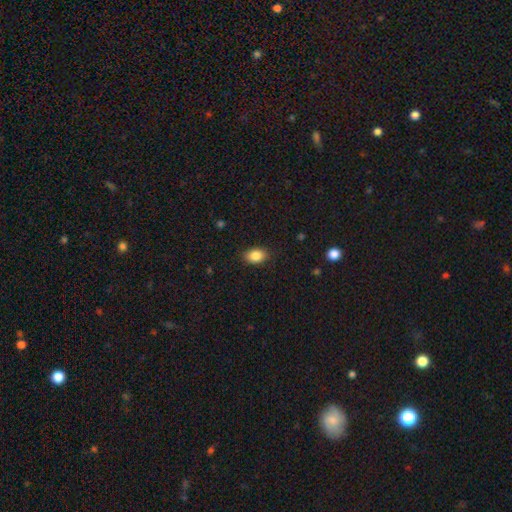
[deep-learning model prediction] This appears to be a smooth galaxy with no disk features (87%) that is in between round and cigar-shaped (84%). Merging: none (86%).